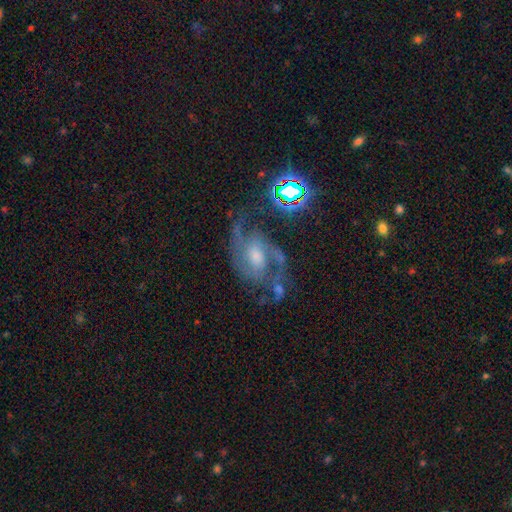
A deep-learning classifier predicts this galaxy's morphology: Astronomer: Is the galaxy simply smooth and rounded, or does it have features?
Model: featured or disk — 83%.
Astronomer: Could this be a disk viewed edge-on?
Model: no — 97%.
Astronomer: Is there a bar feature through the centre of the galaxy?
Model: no — 44% (runner-up: weak, 43%).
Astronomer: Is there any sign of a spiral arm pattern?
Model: yes — 96%.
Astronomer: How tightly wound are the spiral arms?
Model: medium — 56%.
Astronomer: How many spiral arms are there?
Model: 2 — 83%.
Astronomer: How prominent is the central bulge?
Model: moderate — 49% (runner-up: small, 27%).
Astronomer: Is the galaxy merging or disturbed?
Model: none — 58%.